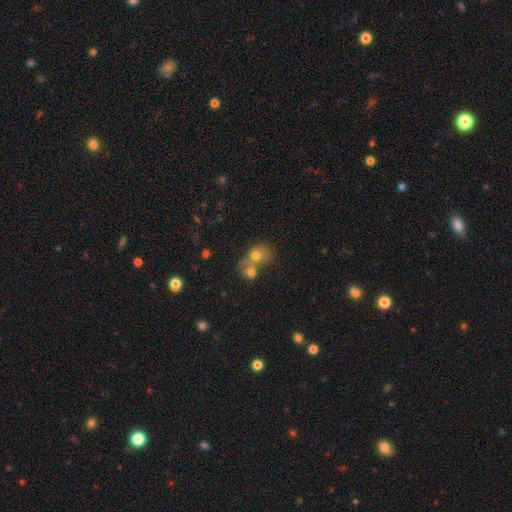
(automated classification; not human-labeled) Smooth or featured? Predicted: smooth (p=0.68). How rounded? Predicted: round (p=0.64). Merging? Predicted: merger (p=0.61).